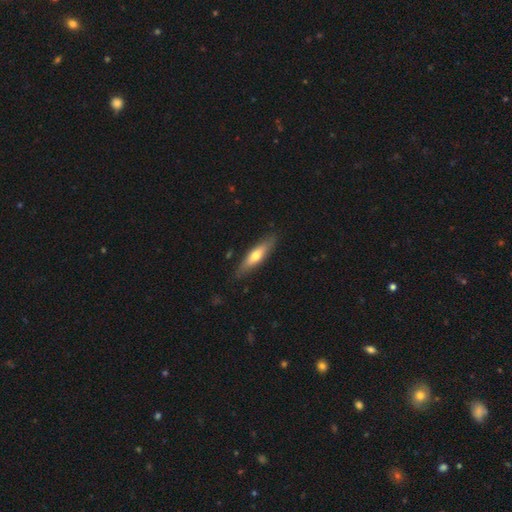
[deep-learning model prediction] A smooth galaxy with no disk features (57%) that is cigar-shaped (70%).

Vote fractions:
- Smooth or featured? smooth: 57% / featured or disk: 37% / star or artifact: 5%
- How rounded? cigar-shaped: 70% / in between: 28% / round: 2%
- Merging? none: 85% / minor disturbance: 11% / major disturbance: 2% / merger: 1%